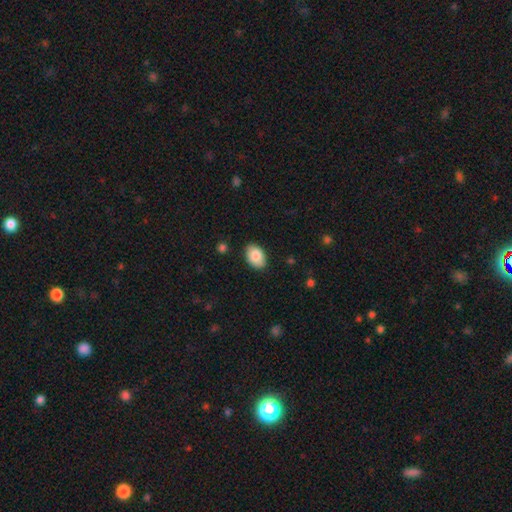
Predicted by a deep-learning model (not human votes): This is clearly a smooth galaxy (86%). How rounded: clearly in between (88%). Merging: clearly none (87%).